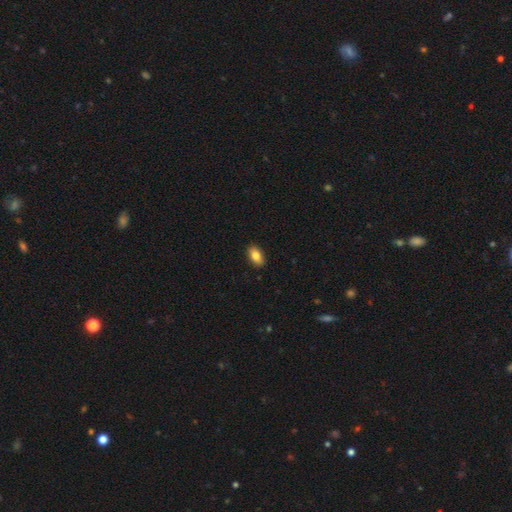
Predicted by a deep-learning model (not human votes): Smooth or featured? smooth (82%)
How rounded? in between (90%)
Merging? none (89%)